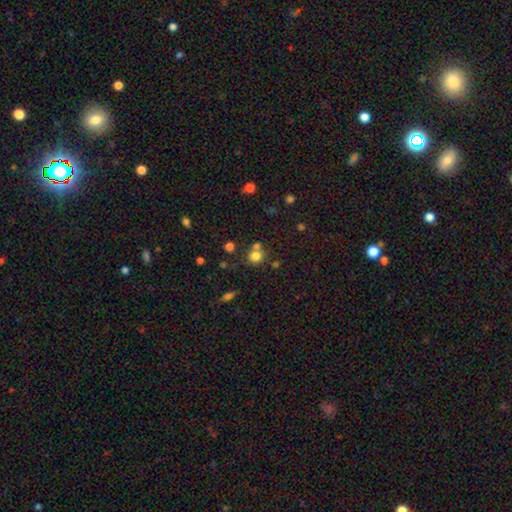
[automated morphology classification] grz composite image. It shows a smooth galaxy with no disk features (76%) that is round (87%). Merging: none (58%).